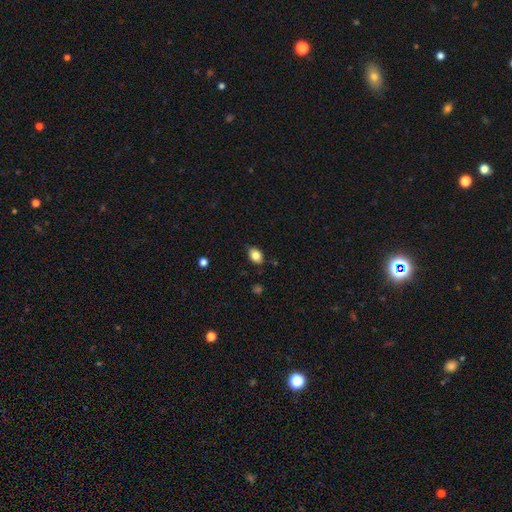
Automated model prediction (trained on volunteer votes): This is clearly a smooth galaxy (82%). How rounded: likely in between (78%). Merging: likely none (79%).